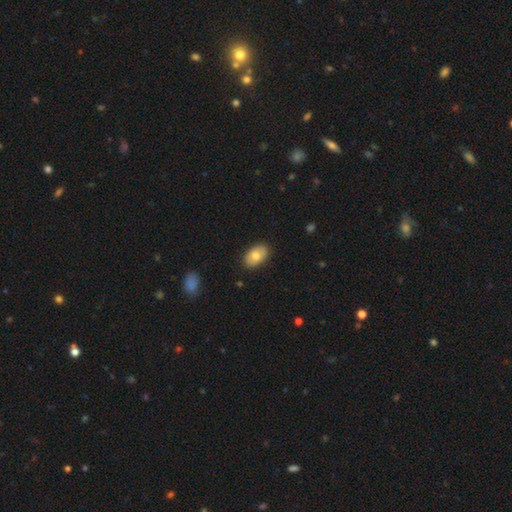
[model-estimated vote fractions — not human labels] Smooth or featured? Predicted: smooth (p=0.74). How rounded? Predicted: in between (p=0.90). Merging? Predicted: none (p=0.86).